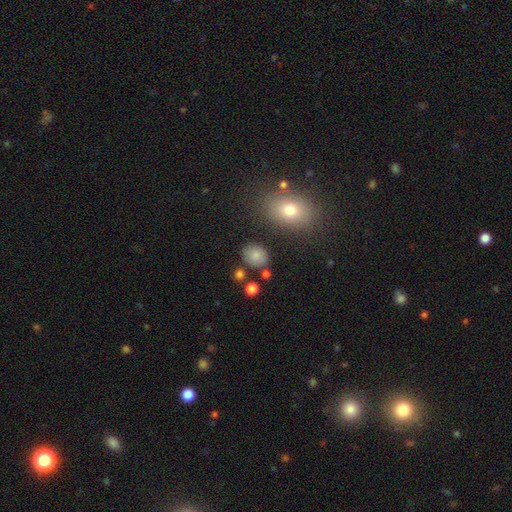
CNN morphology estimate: A smooth galaxy with no disk features (82%) that is round (57%). Merging: none (81%).